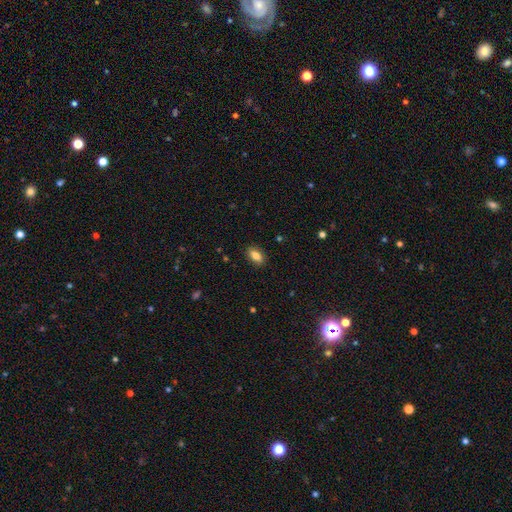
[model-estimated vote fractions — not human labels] smooth 83%, featured or disk 9%, star or artifact 8%. Down the decision tree: how rounded — in between (89%); merging — none (88%).